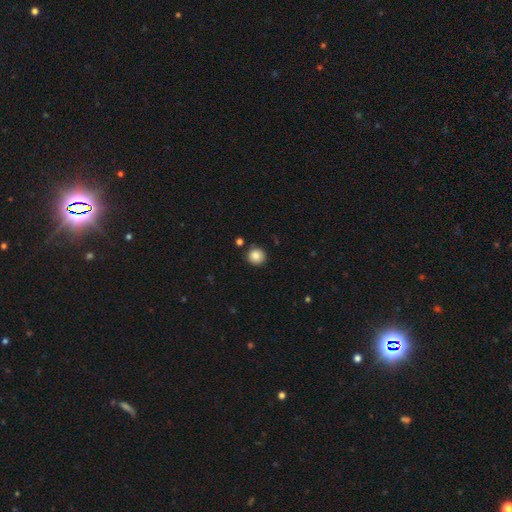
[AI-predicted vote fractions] Morphology: type=smooth (85%); roundness=round (93%); merging=none (88%).